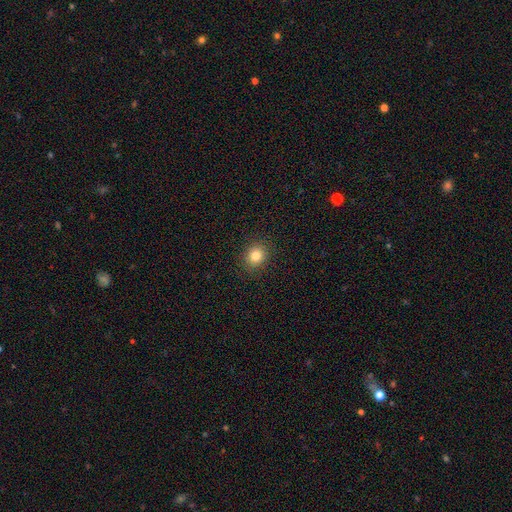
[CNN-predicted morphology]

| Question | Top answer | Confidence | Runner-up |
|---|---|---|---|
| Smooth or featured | smooth | 82% | star or artifact (11%) |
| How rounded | round | 76% | in between (23%) |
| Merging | none | 90% | minor disturbance (7%) |